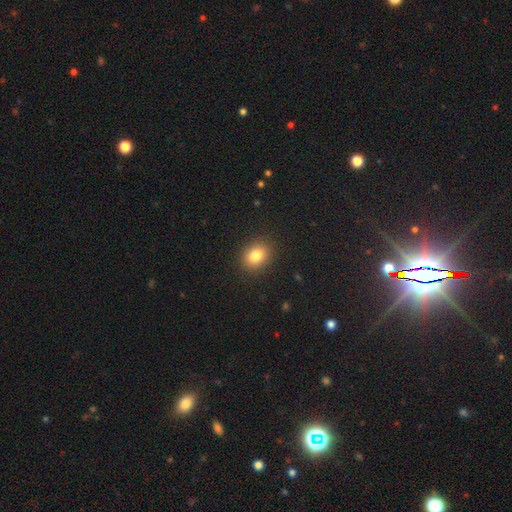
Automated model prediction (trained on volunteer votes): This appears to be a smooth galaxy with no disk features (82%) that is round (52%). Merging: none (89%).